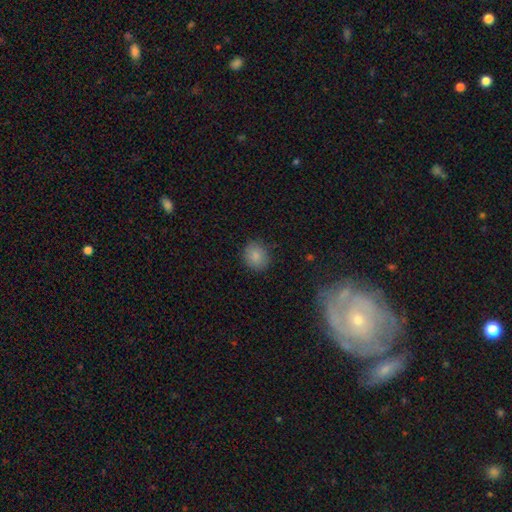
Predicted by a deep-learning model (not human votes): Smooth or featured? smooth (85%)
How rounded? round (72%)
Merging? none (83%)